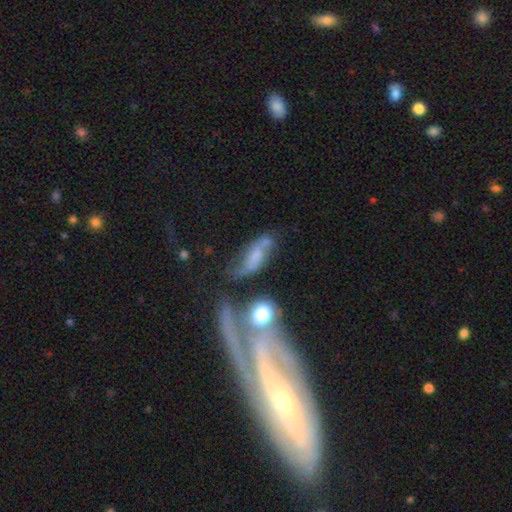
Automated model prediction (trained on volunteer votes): featured or disk 51%, smooth 38%, star or artifact 11%. Down the decision tree: edge-on disk — no (82%); merging — none (42%).